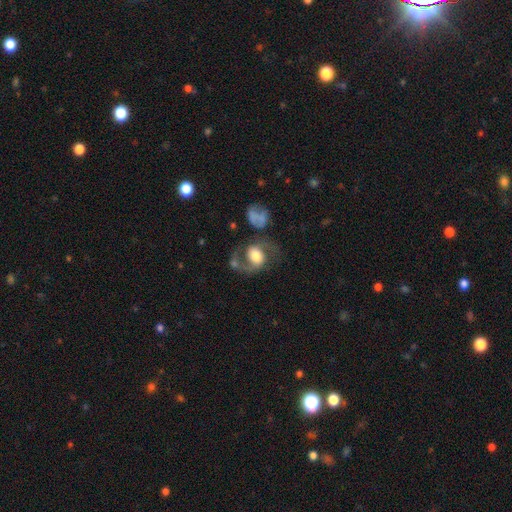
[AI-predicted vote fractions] This appears to be a featured or disk galaxy (73%) with no bar (55%), 2 (86%) medium (48%) spiral arms (88%) and a moderate central bulge (44%). Merging: none (56%).